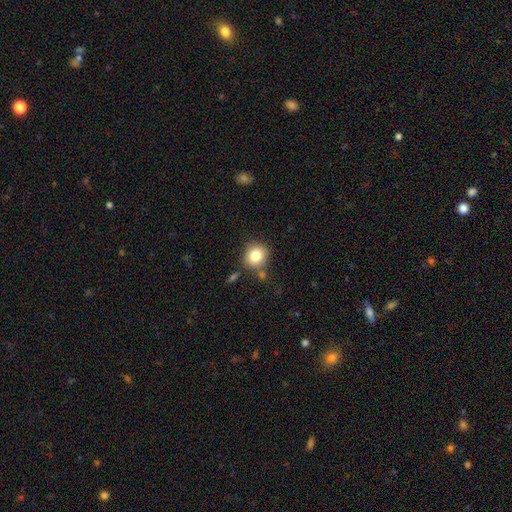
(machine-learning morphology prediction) Smooth or featured: smooth — 81% (star or artifact — 10%)
How rounded: round — 81% (in between — 18%)
Merging: none — 77% (minor disturbance — 12%)